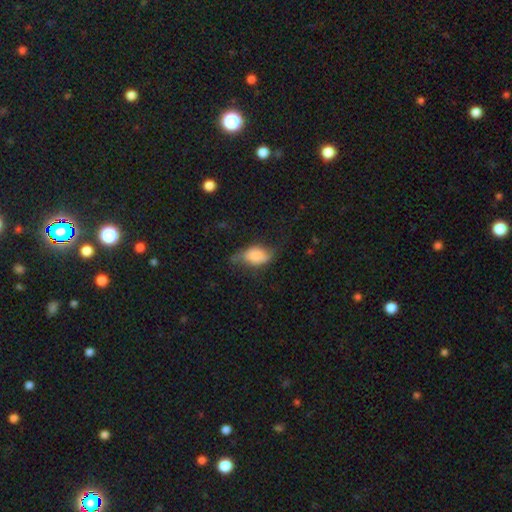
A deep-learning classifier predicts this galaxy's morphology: This appears to be a smooth galaxy with no disk features (59%) that is in between round and cigar-shaped (86%). Merging: none (47%).